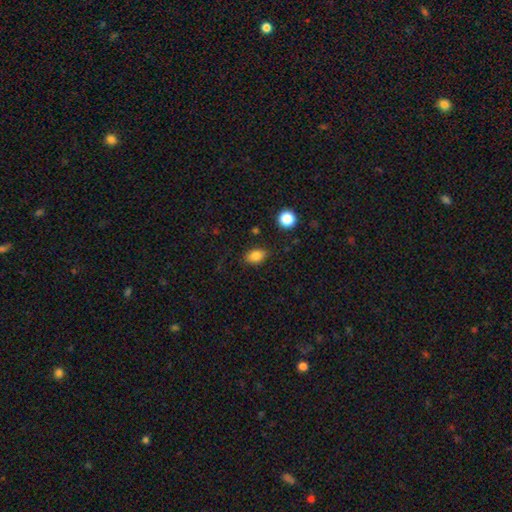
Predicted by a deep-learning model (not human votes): The model was most divided on "how rounded": in between: 75%, round: 23%, cigar-shaped: 2%. More confident: smooth or featured — smooth (84%); merging — none (81%).